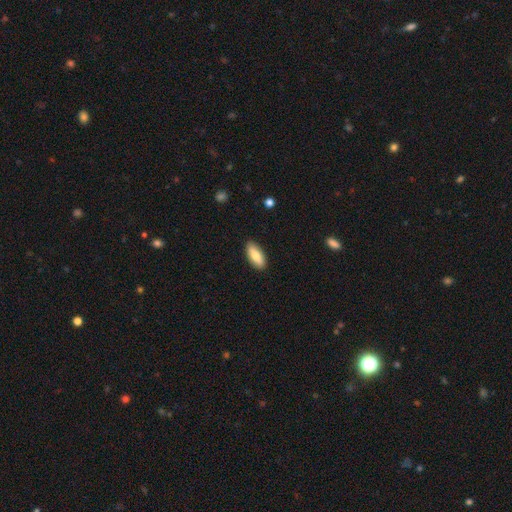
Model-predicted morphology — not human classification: Smooth or featured? Predicted: smooth (p=0.78). How rounded? Predicted: in between (p=0.84). Merging? Predicted: none (p=0.88).